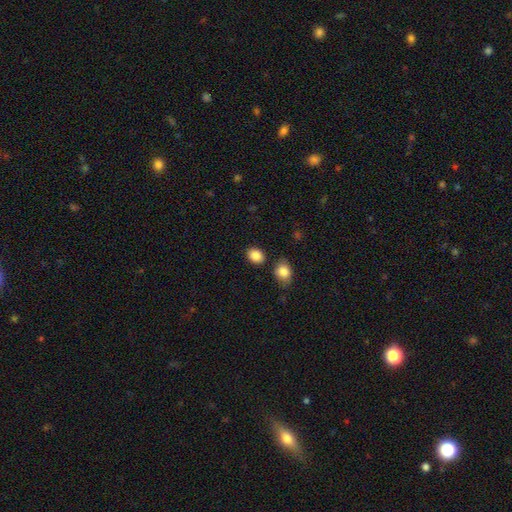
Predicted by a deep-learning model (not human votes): Morphology: type=smooth (87%); roundness=in between (64%); merging=none (80%).